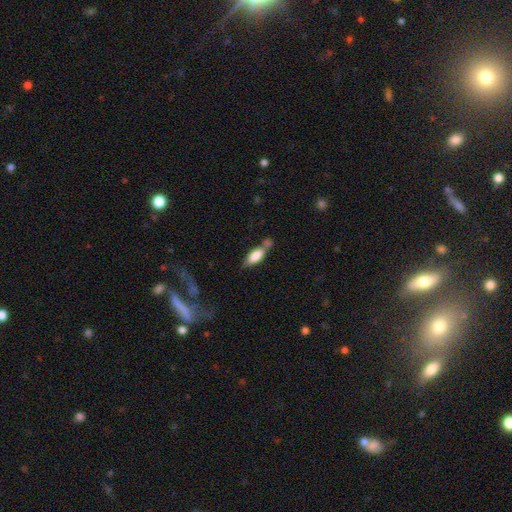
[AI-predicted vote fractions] Smooth or featured? smooth (76%)
How rounded? in between (72%)
Merging? none (47%)